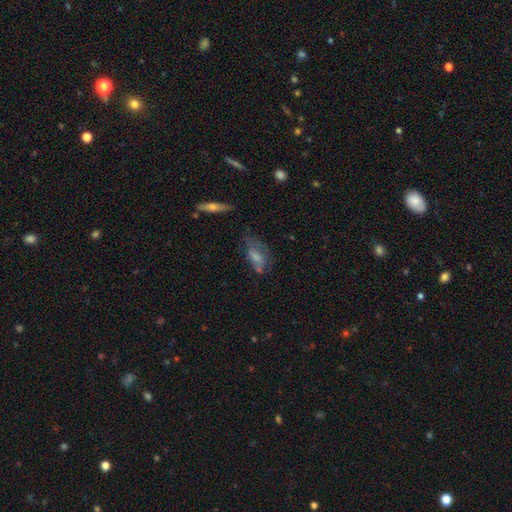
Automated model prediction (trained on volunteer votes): smooth_or_featured: featured or disk (p=0.43) [alt: smooth p=0.41]
merging: none (p=0.52) [alt: minor disturbance p=0.26]